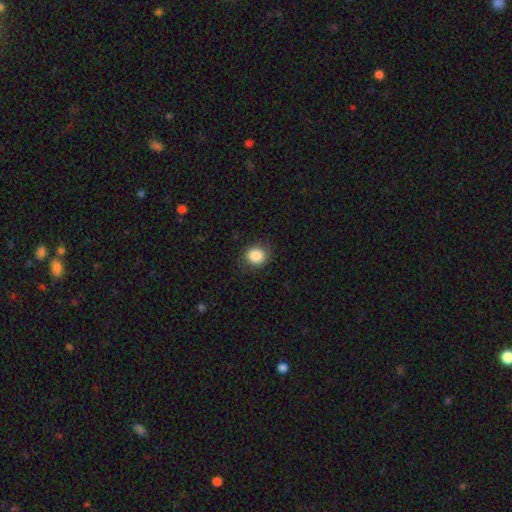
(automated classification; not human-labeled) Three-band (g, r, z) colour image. It shows a smooth galaxy with no disk features (87%) that is round (82%). Merging: none (85%).